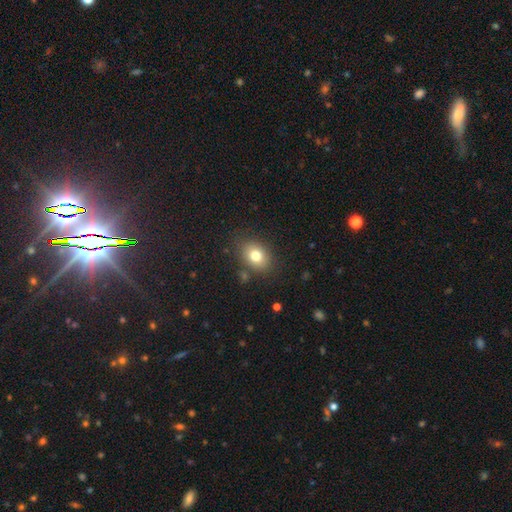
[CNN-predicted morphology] Smooth or featured? Predicted: smooth (p=0.78). How rounded? Predicted: in between (p=0.65). Merging? Predicted: none (p=0.82).